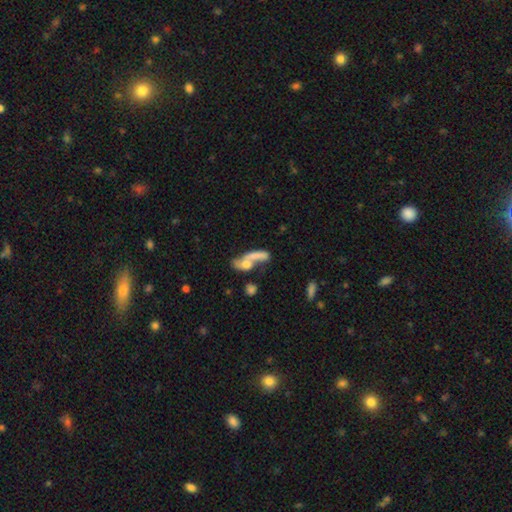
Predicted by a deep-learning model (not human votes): A smooth galaxy with no disk features (53%) that is in between round and cigar-shaped (46%).

Vote fractions:
- Smooth or featured? smooth: 53% / featured or disk: 37% / star or artifact: 10%
- How rounded? in between: 46% / cigar-shaped: 44% / round: 9%
- Merging? merger: 53% / none: 21% / major disturbance: 15% / minor disturbance: 10%